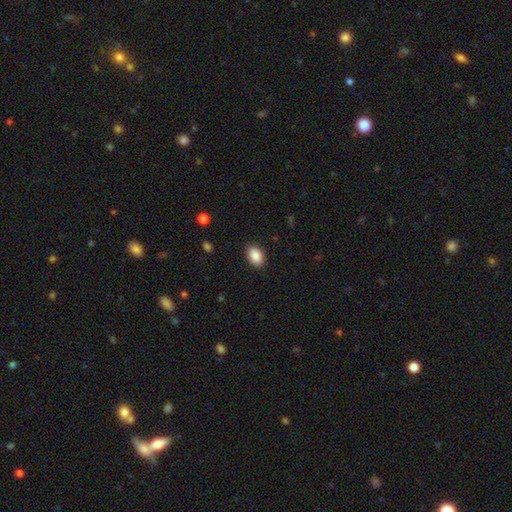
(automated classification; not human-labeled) smooth 88%, star or artifact 8%, featured or disk 5%. Down the decision tree: how rounded — in between (87%); merging — none (89%).